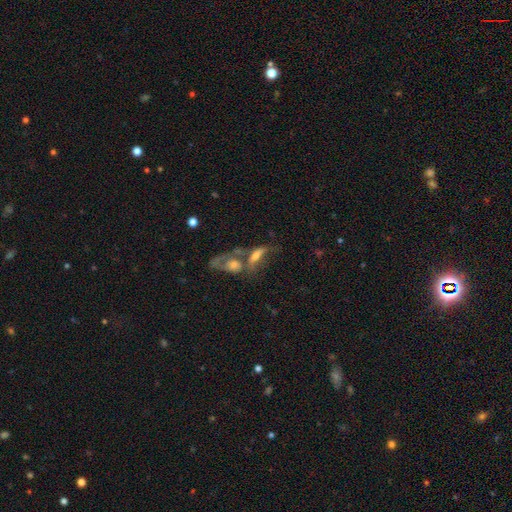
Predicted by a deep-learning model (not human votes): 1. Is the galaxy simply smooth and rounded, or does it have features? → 51% featured or disk, 38% smooth, 11% star or artifact.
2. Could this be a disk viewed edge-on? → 65% no, 35% yes.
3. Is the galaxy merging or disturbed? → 60% merger, 18% none, 12% major disturbance, 10% minor disturbance.